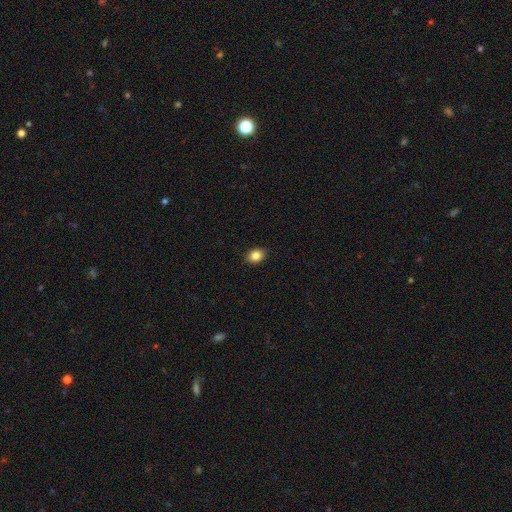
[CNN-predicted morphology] This appears to be a smooth galaxy with no disk features (86%) that is in between round and cigar-shaped (61%). Merging: none (90%).